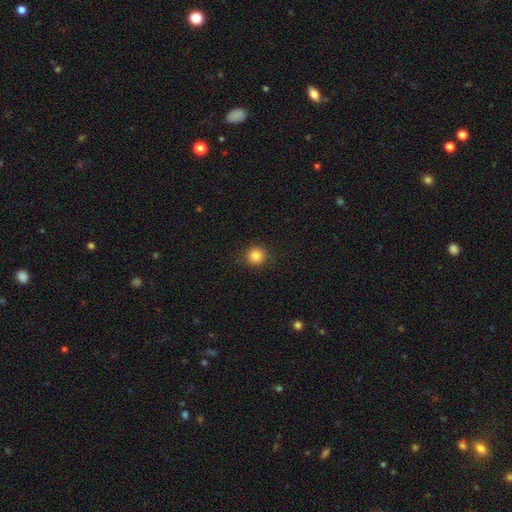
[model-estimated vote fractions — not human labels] The model was most divided on "smooth or featured": smooth: 85%, star or artifact: 11%, featured or disk: 4%. More confident: how rounded — round (93%); merging — none (90%).